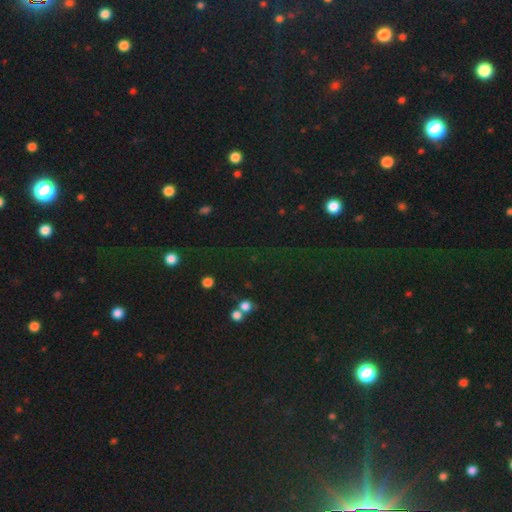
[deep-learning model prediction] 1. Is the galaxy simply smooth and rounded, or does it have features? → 71% star or artifact, 21% smooth, 9% featured or disk.